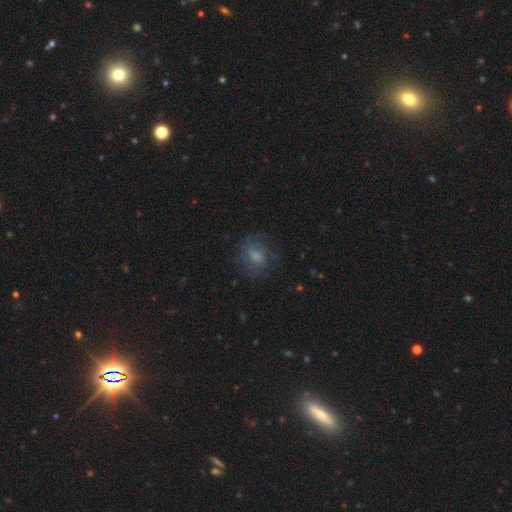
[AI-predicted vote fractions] smooth-or-featured: smooth: 47% | featured or disk: 42% | star or artifact: 11%
  merging: none: 65% | minor disturbance: 19% | major disturbance: 14% | merger: 1%